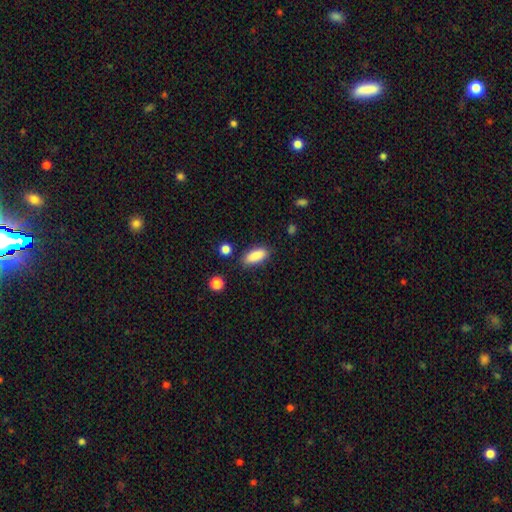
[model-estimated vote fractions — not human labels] This appears to be a smooth galaxy with no disk features (88%) that is in between round and cigar-shaped (75%). Merging: none (83%).